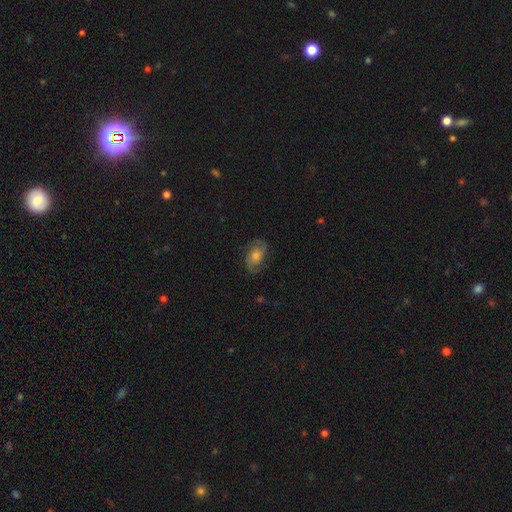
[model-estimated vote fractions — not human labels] smooth_or_featured: featured or disk (p=0.66) [alt: smooth p=0.24]
disk_edge_on: no (p=0.95) [alt: yes p=0.05]
bar: no (p=0.68) [alt: weak p=0.27]
has_spiral_arms: yes (p=0.91) [alt: no p=0.09]
spiral_winding: medium (p=0.45) [alt: tight p=0.34]
spiral_arm_count: 2 (p=0.81) [alt: can't tell p=0.11]
bulge_size: moderate (p=0.57) [alt: small p=0.27]
merging: none (p=0.78) [alt: minor disturbance p=0.15]